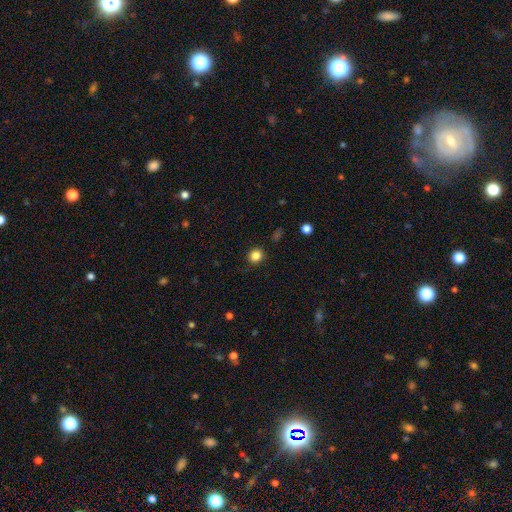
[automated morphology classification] Smooth or featured?
  - smooth: 84% *
  - star or artifact: 11%
  - featured or disk: 5%
How rounded?
  - round: 86% *
  - in between: 13%
  - cigar-shaped: 1%
Merging?
  - none: 90% *
  - minor disturbance: 7%
  - major disturbance: 2%
  - merger: 1%